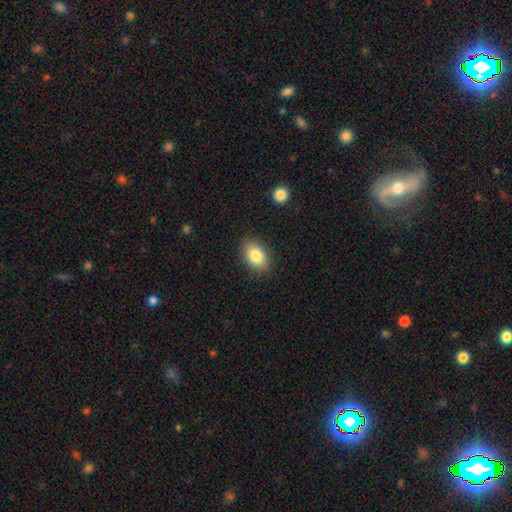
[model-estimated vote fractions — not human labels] A smooth galaxy with no disk features (83%) that is in between round and cigar-shaped (85%). Merging: none (86%).